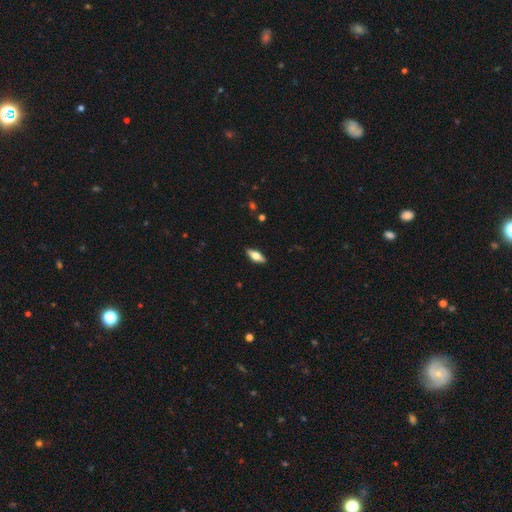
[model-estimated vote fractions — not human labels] The model was most divided on "smooth or featured": smooth: 58%, featured or disk: 36%, star or artifact: 6%. More confident: merging — none (89%); how rounded — in between (73%).